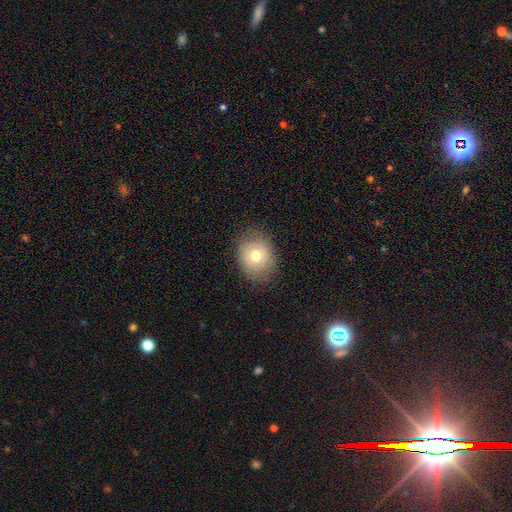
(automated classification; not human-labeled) Smooth or featured? smooth (71%)
How rounded? round (57%)
Merging? none (80%)